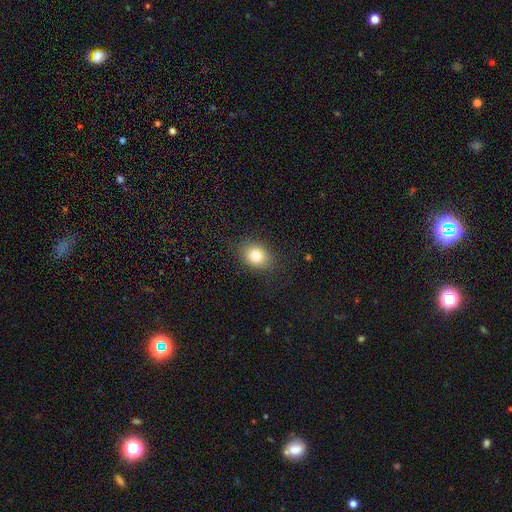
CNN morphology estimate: Smooth or featured? smooth (80%)
How rounded? in between (52%)
Merging? none (86%)